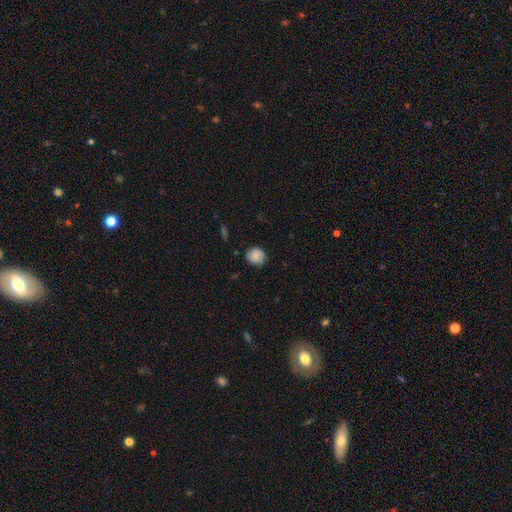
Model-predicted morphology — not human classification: Overall: smooth (83%). How rounded: round (79%). Merging: none (79%).